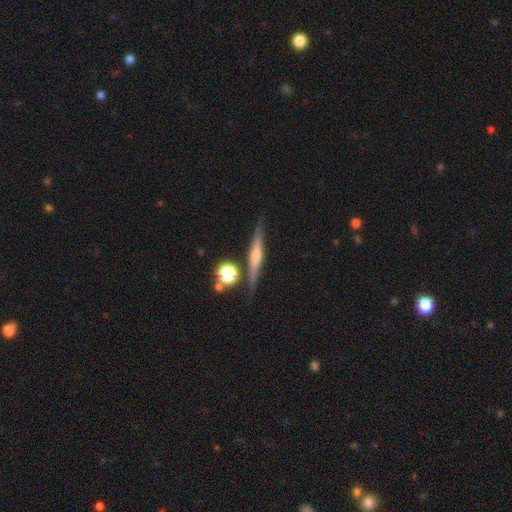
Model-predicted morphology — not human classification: Overall: featured or disk (70%). Edge-on disk: yes (97%). Edge-on bulge: rounded (73%). Merging: none (84%).